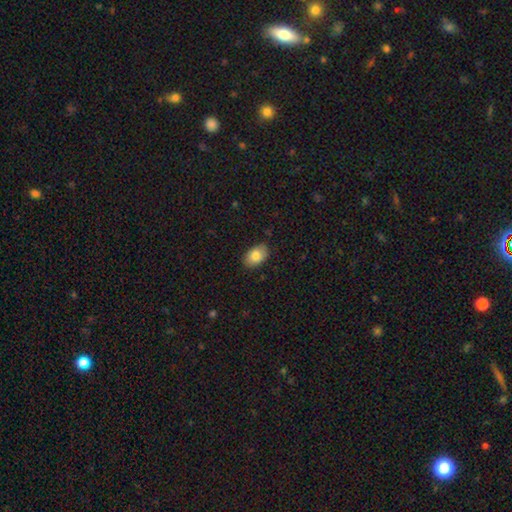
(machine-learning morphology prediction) type=smooth (83%); roundness=in between (88%); merging=none (84%).